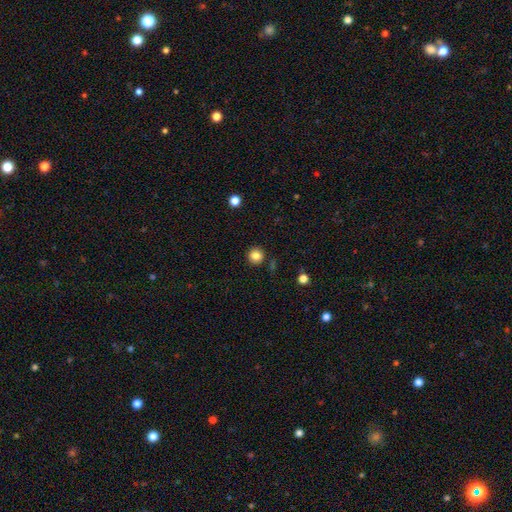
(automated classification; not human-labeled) This is clearly a smooth galaxy (84%). How rounded: clearly round (94%). Merging: clearly none (89%).